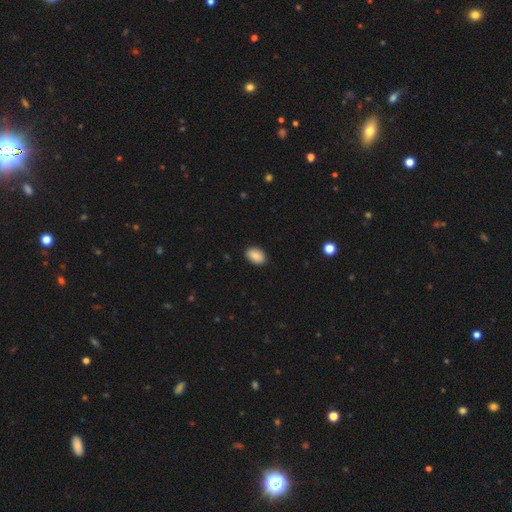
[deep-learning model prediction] Smooth or featured? smooth (88%)
How rounded? in between (87%)
Merging? none (89%)